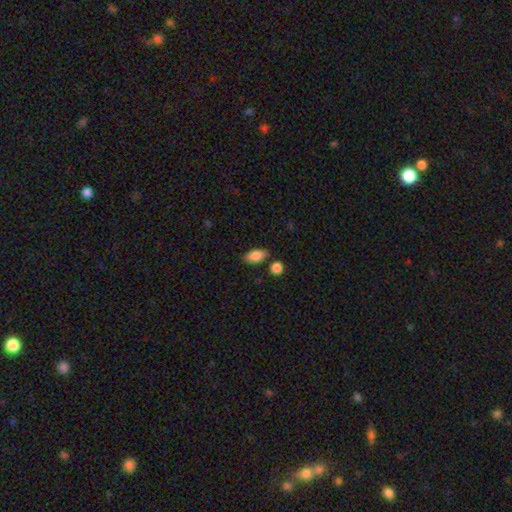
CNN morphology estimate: Smooth or featured?
  - smooth: 85% *
  - featured or disk: 7%
  - star or artifact: 7%
How rounded?
  - in between: 90% *
  - round: 6%
  - cigar-shaped: 4%
Merging?
  - none: 77% *
  - minor disturbance: 13%
  - merger: 7%
  - major disturbance: 3%